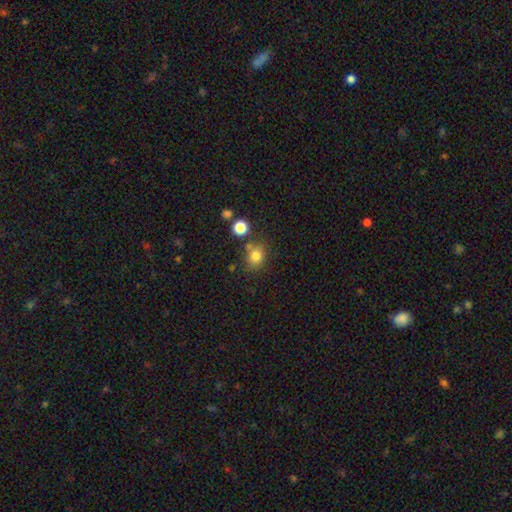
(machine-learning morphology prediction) This appears to be a smooth galaxy with no disk features (80%) that is round (66%). Merging: none (70%).